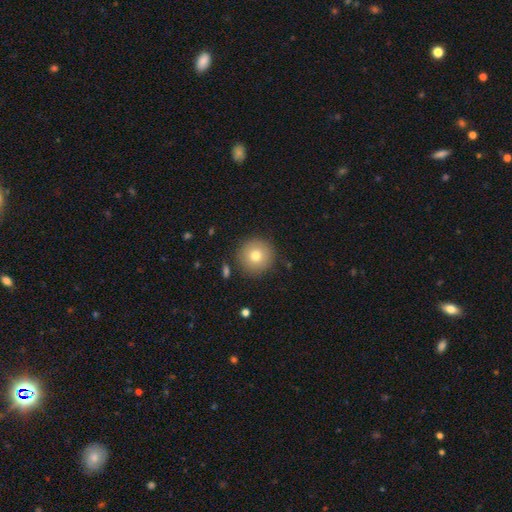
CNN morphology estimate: Smooth or featured?
  - smooth: 77% *
  - featured or disk: 13%
  - star or artifact: 10%
How rounded?
  - round: 96% *
  - in between: 3%
  - cigar-shaped: 1%
Merging?
  - none: 89% *
  - minor disturbance: 7%
  - major disturbance: 2%
  - merger: 2%